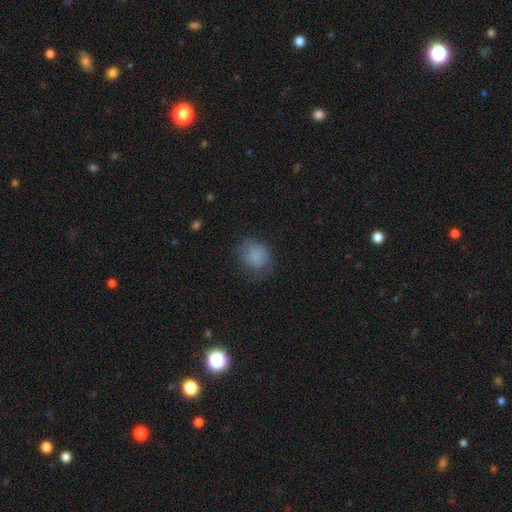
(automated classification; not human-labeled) A smooth galaxy with no disk features (73%) that is round (62%).

Vote fractions:
- Smooth or featured? smooth: 73% / featured or disk: 17% / star or artifact: 10%
- How rounded? round: 62% / in between: 37% / cigar-shaped: 1%
- Merging? none: 63% / minor disturbance: 25% / major disturbance: 11% / merger: 1%